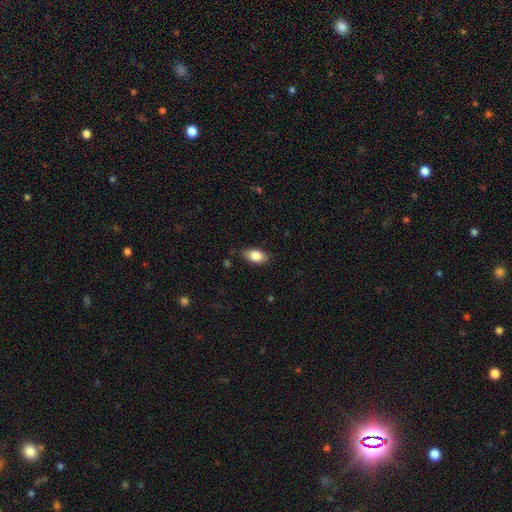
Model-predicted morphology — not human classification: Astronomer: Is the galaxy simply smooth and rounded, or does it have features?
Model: smooth — 84%.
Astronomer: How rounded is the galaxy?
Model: in between — 91%.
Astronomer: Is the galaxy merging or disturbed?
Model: none — 84%.